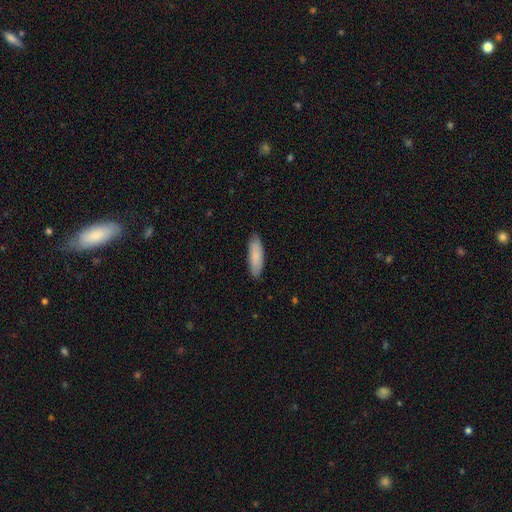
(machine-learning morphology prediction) Smooth or featured: smooth — 84% (featured or disk — 11%)
How rounded: in between — 53% (cigar-shaped — 46%)
Merging: none — 85% (minor disturbance — 12%)